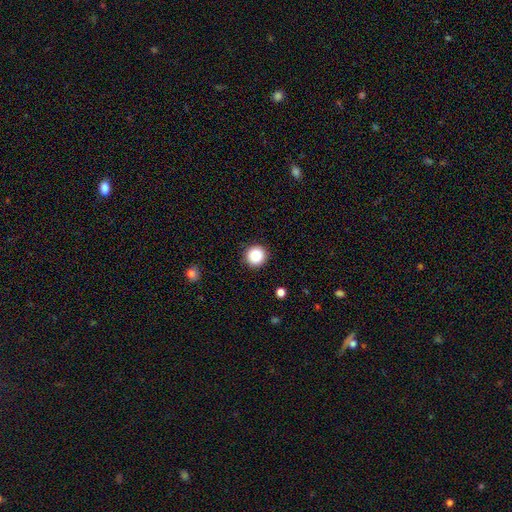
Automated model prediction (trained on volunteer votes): Smooth or featured?
  - smooth: 87% *
  - star or artifact: 9%
  - featured or disk: 3%
How rounded?
  - round: 96% *
  - in between: 3%
  - cigar-shaped: 1%
Merging?
  - none: 92% *
  - minor disturbance: 5%
  - major disturbance: 2%
  - merger: 1%